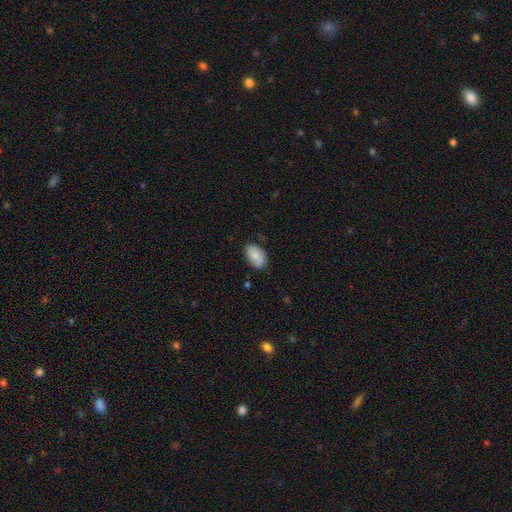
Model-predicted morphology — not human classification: Smooth or featured? Predicted: smooth (p=0.80). How rounded? Predicted: in between (p=0.92). Merging? Predicted: none (p=0.77).